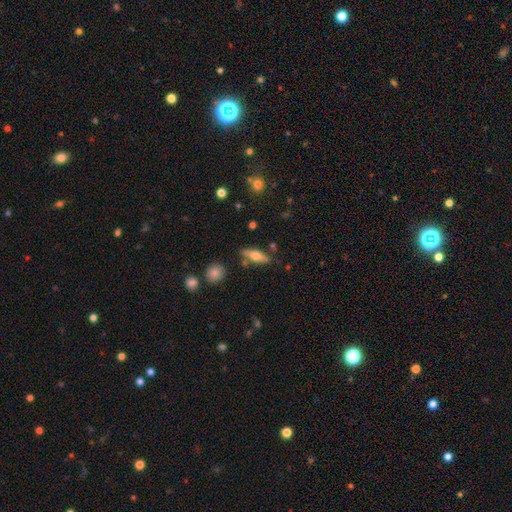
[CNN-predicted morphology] Smooth or featured: smooth — 53% (featured or disk — 40%)
How rounded: in between — 50% (cigar-shaped — 47%)
Merging: none — 78% (minor disturbance — 13%)